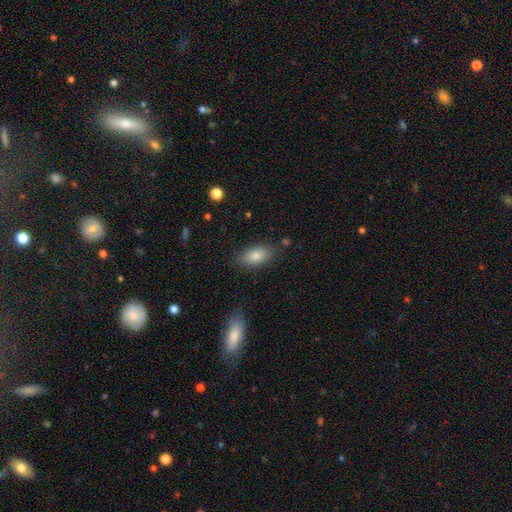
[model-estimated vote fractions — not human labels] A smooth galaxy with no disk features (83%) that is in between round and cigar-shaped (89%).

Vote fractions:
- Smooth or featured? smooth: 83% / featured or disk: 10% / star or artifact: 8%
- How rounded? in between: 89% / cigar-shaped: 7% / round: 4%
- Merging? none: 83% / minor disturbance: 11% / major disturbance: 3% / merger: 3%